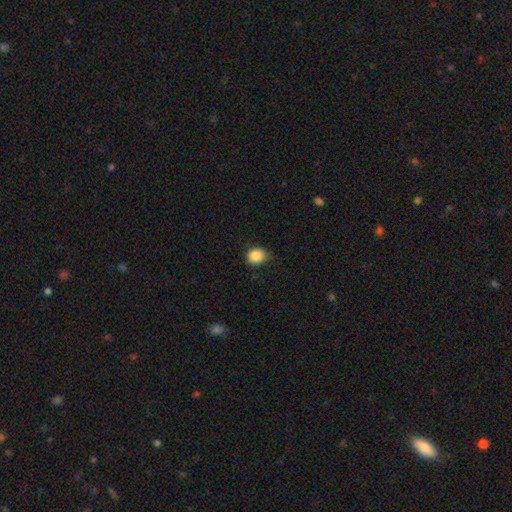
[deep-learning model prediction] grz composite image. It shows a smooth galaxy with no disk features (88%) that is round (65%). Merging: none (76%).